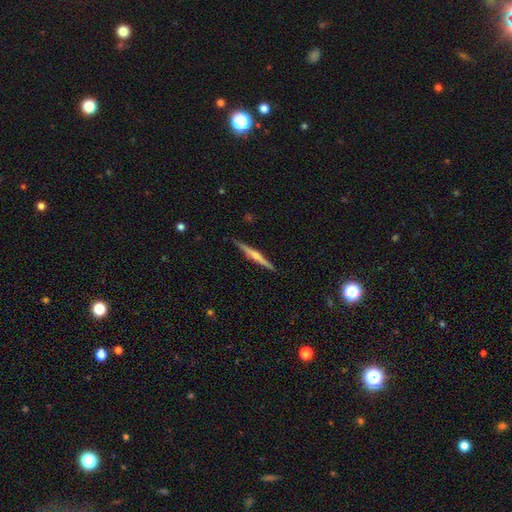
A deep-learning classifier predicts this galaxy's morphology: Smooth or featured? Predicted: featured or disk (p=0.65). Edge-on disk? Predicted: yes (p=0.98). Edge-on bulge? Predicted: rounded (p=0.71). Merging? Predicted: none (p=0.89).